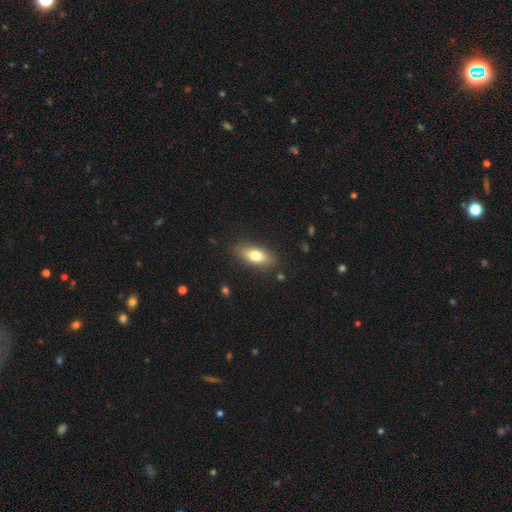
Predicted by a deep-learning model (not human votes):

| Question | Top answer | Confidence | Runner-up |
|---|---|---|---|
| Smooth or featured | smooth | 76% | featured or disk (17%) |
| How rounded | in between | 80% | cigar-shaped (16%) |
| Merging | none | 85% | minor disturbance (11%) |